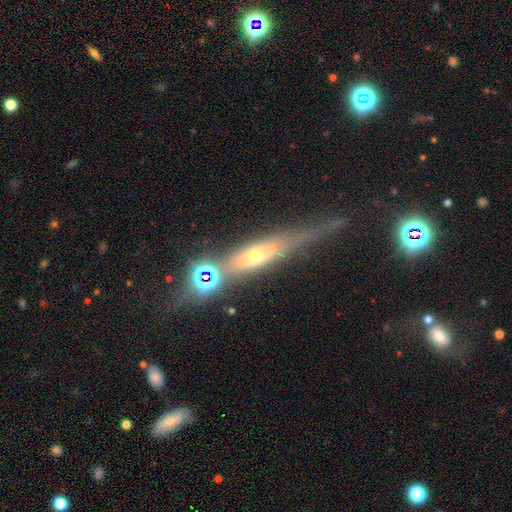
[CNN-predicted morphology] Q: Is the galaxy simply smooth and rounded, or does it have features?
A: featured or disk — 53%.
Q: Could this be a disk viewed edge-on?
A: yes — 80%.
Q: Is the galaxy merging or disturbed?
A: none — 59%.